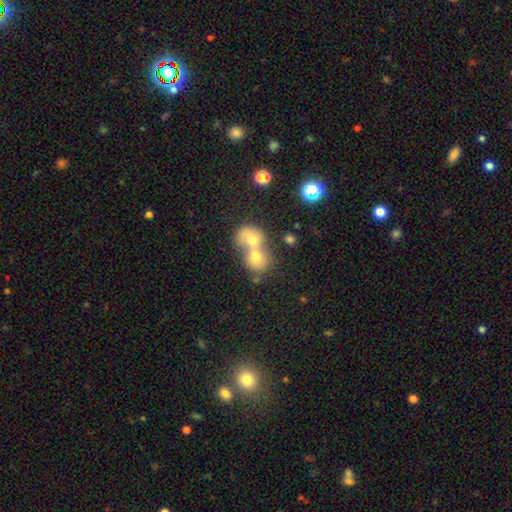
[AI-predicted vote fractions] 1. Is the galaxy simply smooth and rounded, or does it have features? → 62% smooth, 25% featured or disk, 13% star or artifact.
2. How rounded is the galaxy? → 63% round, 36% in between, 1% cigar-shaped.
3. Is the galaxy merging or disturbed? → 75% merger, 18% none, 5% minor disturbance, 3% major disturbance.